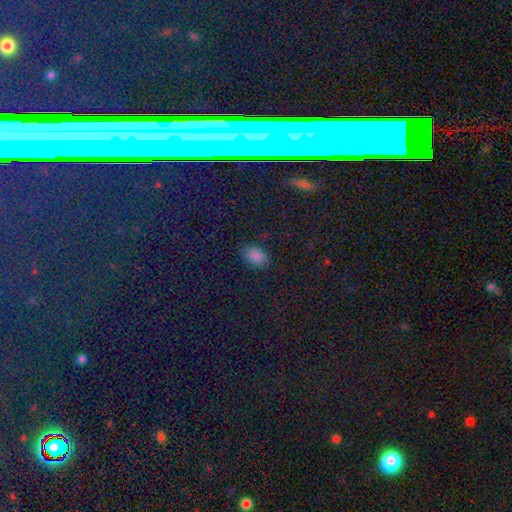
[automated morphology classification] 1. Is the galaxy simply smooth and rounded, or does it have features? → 80% smooth, 15% star or artifact, 5% featured or disk.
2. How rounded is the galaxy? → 92% in between, 7% round, 2% cigar-shaped.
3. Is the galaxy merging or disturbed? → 85% none, 10% minor disturbance, 3% major disturbance, 1% merger.